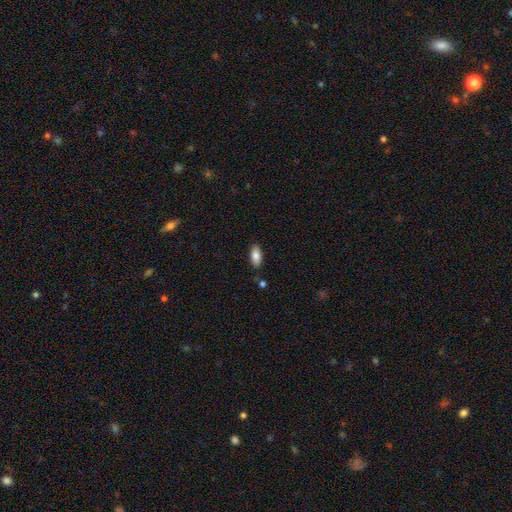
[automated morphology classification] smooth_or_featured: smooth (p=0.83) [alt: featured or disk p=0.10]
how_rounded: in between (p=0.90) [alt: cigar-shaped p=0.08]
merging: none (p=0.84) [alt: minor disturbance p=0.11]